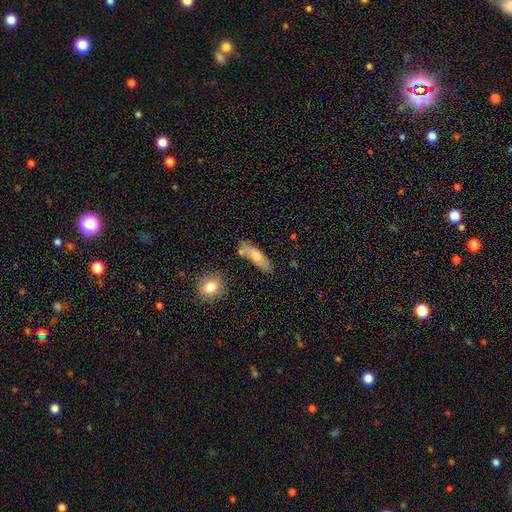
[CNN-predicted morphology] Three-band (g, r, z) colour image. It shows a smooth galaxy with no disk features (66%) that is cigar-shaped (54%). Merging: none (75%).